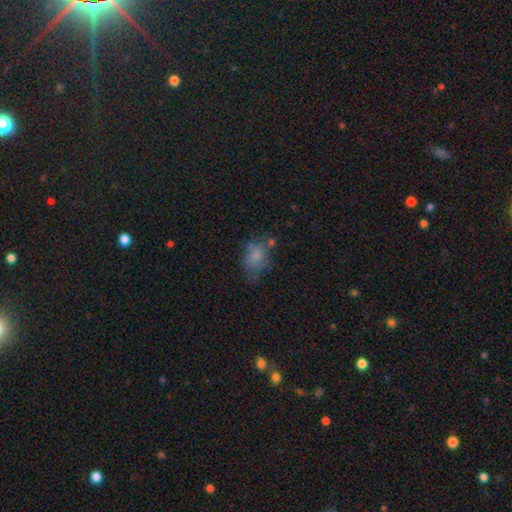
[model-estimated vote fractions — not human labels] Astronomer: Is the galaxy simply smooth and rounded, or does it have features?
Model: smooth — 71%.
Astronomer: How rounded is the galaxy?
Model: in between — 72%.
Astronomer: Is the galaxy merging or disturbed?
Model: none — 45% (runner-up: minor disturbance, 27%).